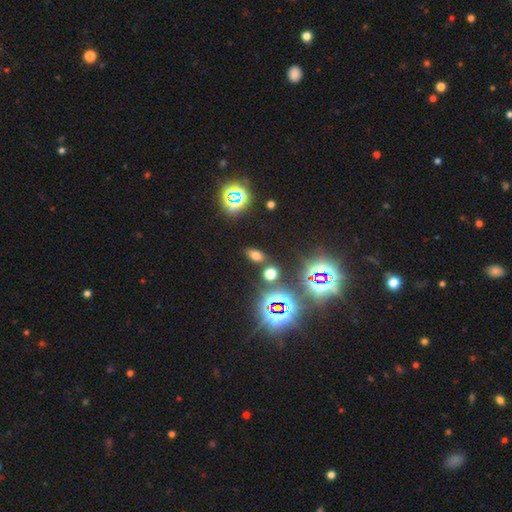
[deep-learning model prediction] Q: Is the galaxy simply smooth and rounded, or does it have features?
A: smooth — 55%.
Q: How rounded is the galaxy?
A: in between — 80%.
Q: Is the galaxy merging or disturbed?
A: none — 82%.